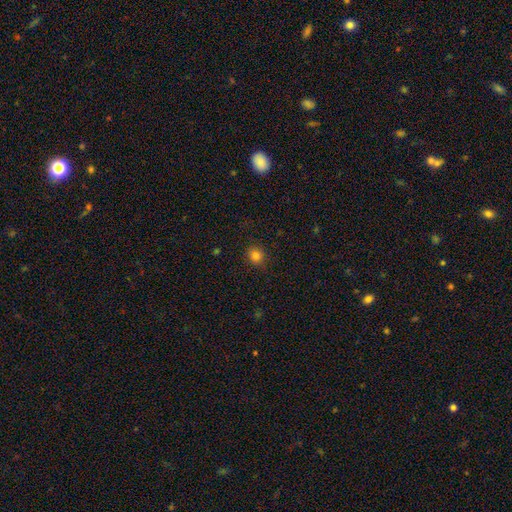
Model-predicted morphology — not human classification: A smooth galaxy with no disk features (82%) that is round (84%). Merging: none (88%).